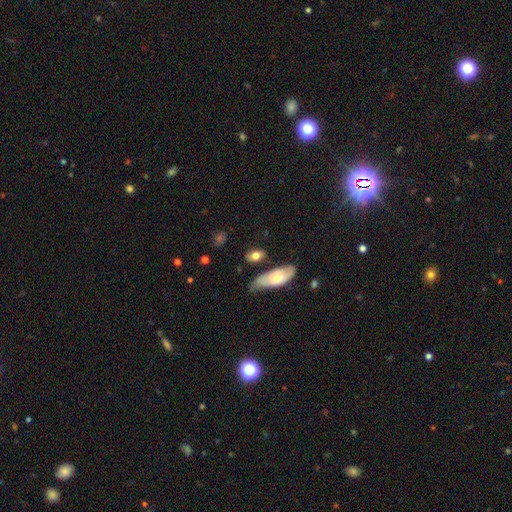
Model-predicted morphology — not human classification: smooth_or_featured: smooth (p=0.74) [alt: featured or disk p=0.19]
how_rounded: in between (p=0.77) [alt: round p=0.13]
merging: none (p=0.61) [alt: minor disturbance p=0.22]